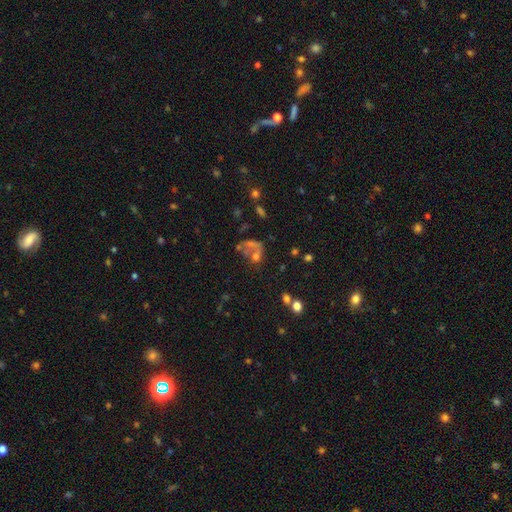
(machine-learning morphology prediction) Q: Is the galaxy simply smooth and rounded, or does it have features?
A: star or artifact — 47%.